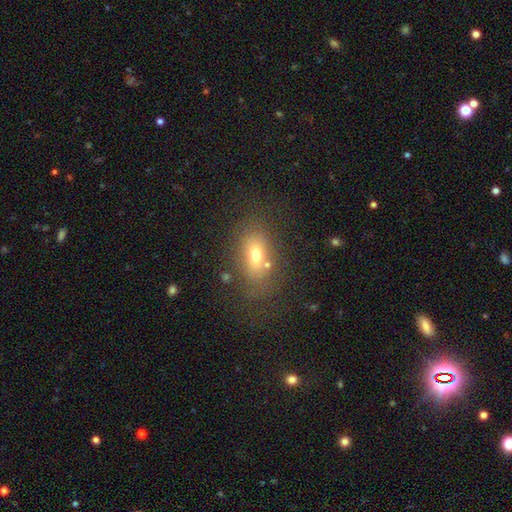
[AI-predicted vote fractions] Q: Smooth or featured?
A: smooth (69%); runner-up: featured or disk (18%)
Q: How rounded?
A: in between (80%); runner-up: round (17%)
Q: Merging?
A: none (68%); runner-up: minor disturbance (16%)